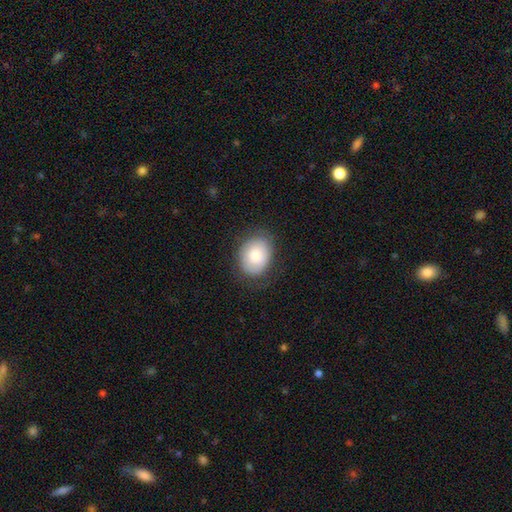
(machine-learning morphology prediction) This is likely a smooth galaxy (78%). How rounded: likely in between (61%). Merging: likely none (75%).